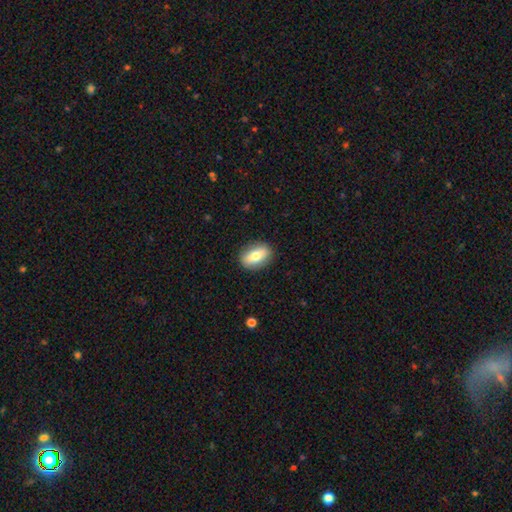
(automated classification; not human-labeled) Morphology: type=smooth (71%); roundness=in between (84%); merging=none (87%).